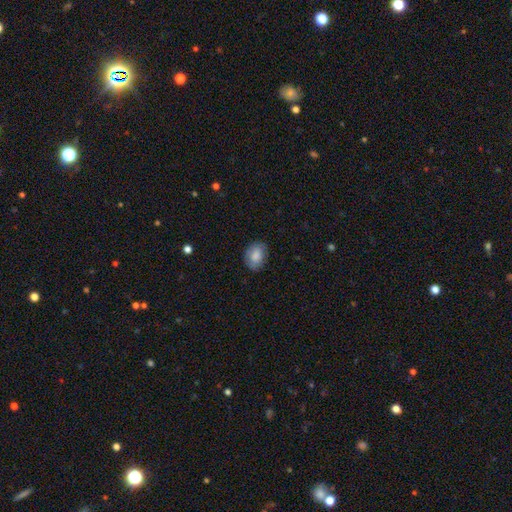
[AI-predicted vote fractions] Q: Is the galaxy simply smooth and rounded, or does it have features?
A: smooth — 79%.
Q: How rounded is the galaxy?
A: in between — 73%.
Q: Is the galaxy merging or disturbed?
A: none — 78%.